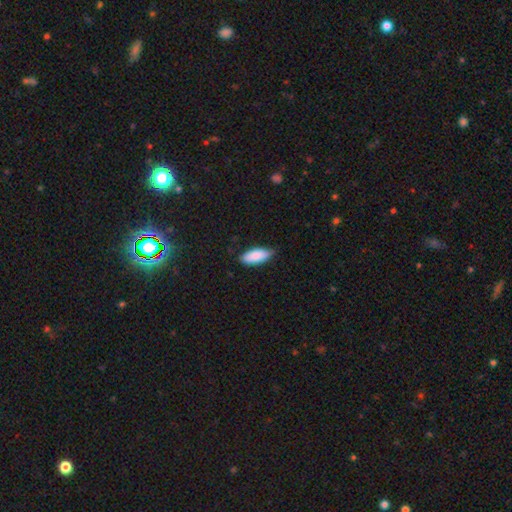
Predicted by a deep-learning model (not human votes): The model was most divided on "merging": none: 75%, minor disturbance: 21%, major disturbance: 3%, merger: 1%. More confident: smooth or featured — smooth (87%); how rounded — in between (82%).